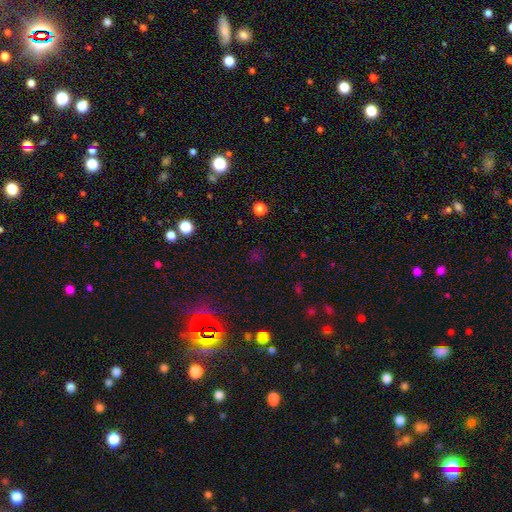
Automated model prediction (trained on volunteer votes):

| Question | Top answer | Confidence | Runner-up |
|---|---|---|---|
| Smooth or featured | star or artifact | 56% | smooth (37%) |